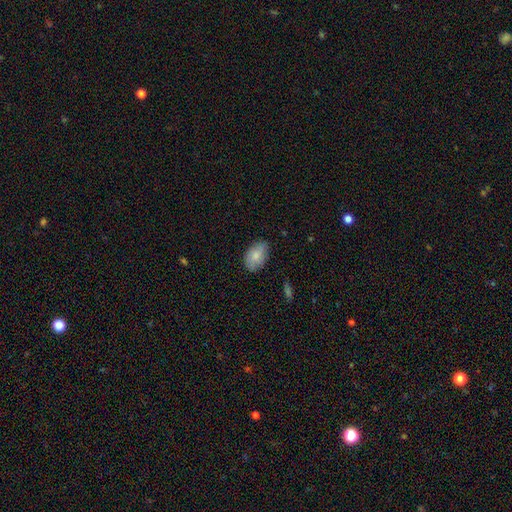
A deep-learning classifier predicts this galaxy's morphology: smooth-or-featured: smooth: 79% | featured or disk: 14% | star or artifact: 7%
  how-rounded: in between: 91% | round: 8% | cigar-shaped: 1%
  merging: none: 78% | minor disturbance: 18% | major disturbance: 3% | merger: 1%